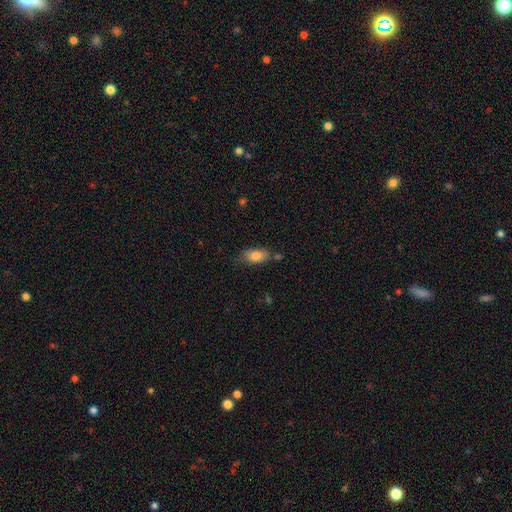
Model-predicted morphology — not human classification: The model was most divided on "merging": none: 67%, minor disturbance: 20%, merger: 8%, major disturbance: 5%. More confident: how rounded — in between (88%); smooth or featured — smooth (81%).